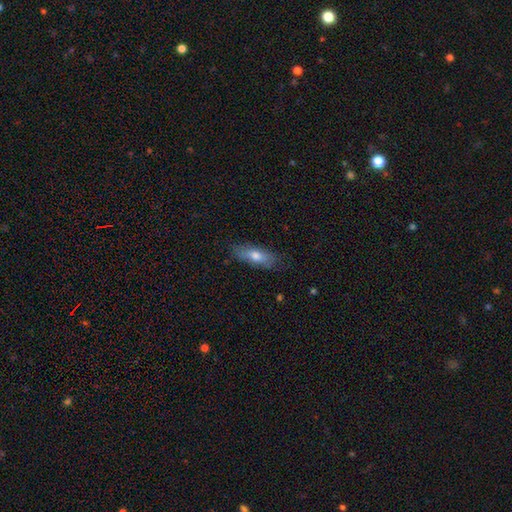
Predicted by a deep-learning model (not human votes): Smooth or featured?
  - smooth: 66% *
  - featured or disk: 27%
  - star or artifact: 7%
How rounded?
  - in between: 58% *
  - cigar-shaped: 39%
  - round: 3%
Merging?
  - none: 80% *
  - minor disturbance: 16%
  - major disturbance: 3%
  - merger: 1%